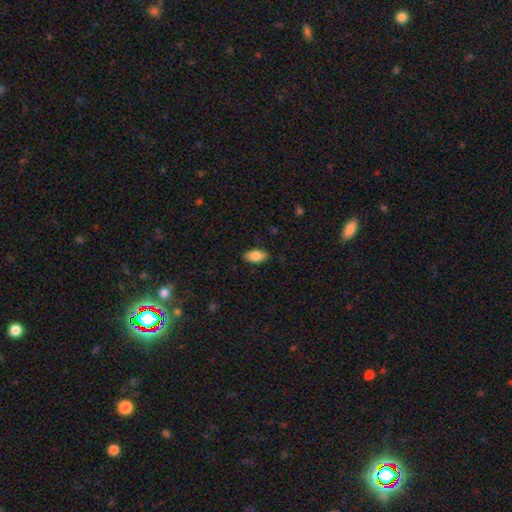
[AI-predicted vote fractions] Morphology: type=smooth (84%); roundness=in between (92%); merging=none (87%).